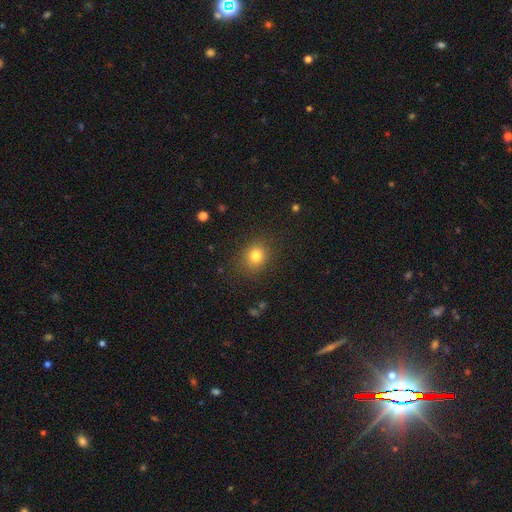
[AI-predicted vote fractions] Smooth or featured: smooth — 80% (star or artifact — 13%)
How rounded: round — 70% (in between — 29%)
Merging: none — 85% (minor disturbance — 10%)